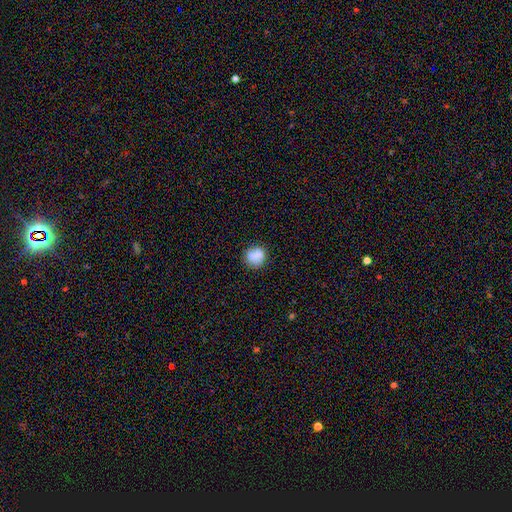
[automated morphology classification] Smooth or featured?
  - smooth: 81% *
  - featured or disk: 10%
  - star or artifact: 9%
How rounded?
  - round: 84% *
  - in between: 15%
  - cigar-shaped: 1%
Merging?
  - none: 76% *
  - minor disturbance: 16%
  - major disturbance: 5%
  - merger: 4%